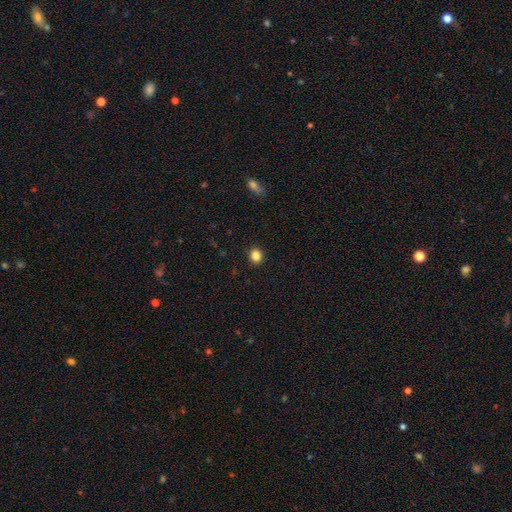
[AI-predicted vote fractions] This appears to be a smooth galaxy with no disk features (84%) that is round (81%). Merging: none (92%).